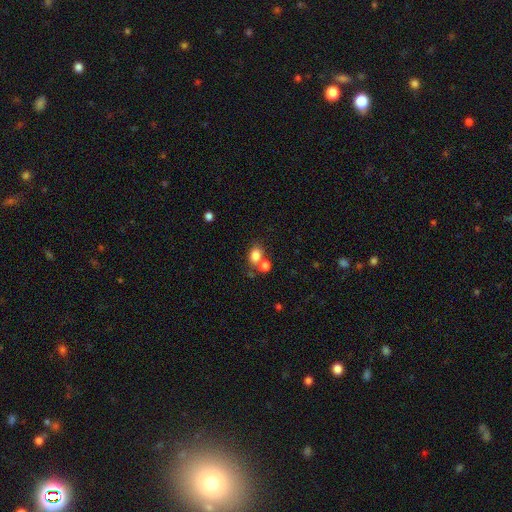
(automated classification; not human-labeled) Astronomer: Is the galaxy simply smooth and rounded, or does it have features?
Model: smooth — 81%.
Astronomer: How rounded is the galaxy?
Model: in between — 64%.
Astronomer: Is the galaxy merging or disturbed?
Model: none — 55%.